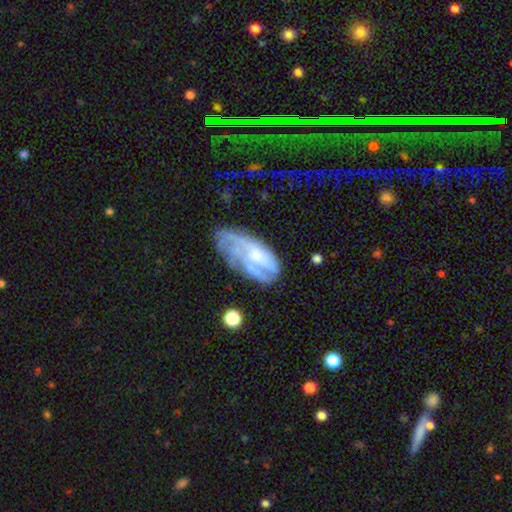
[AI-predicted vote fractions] Q: Smooth or featured?
A: featured or disk (63%); runner-up: smooth (27%)
Q: Edge-on disk?
A: no (91%); runner-up: yes (9%)
Q: Bar?
A: no (71%); runner-up: weak (22%)
Q: Spiral arms?
A: yes (66%); runner-up: no (34%)
Q: Bulge size?
A: small (38%); runner-up: moderate (36%)
Q: Merging?
A: none (45%); runner-up: minor disturbance (25%)